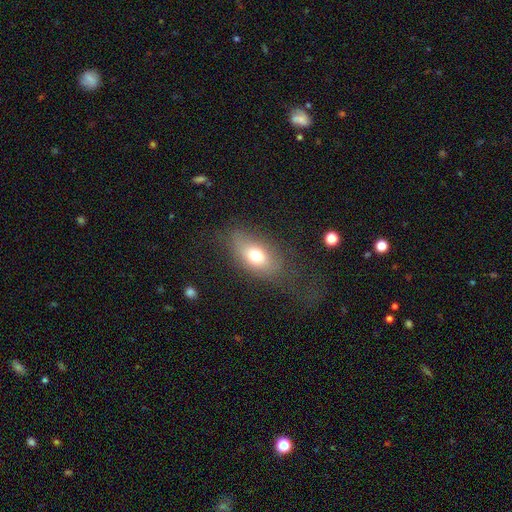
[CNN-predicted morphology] Overall: smooth (70%). How rounded: in between (84%). Merging: none (61%; minor disturbance 21%).